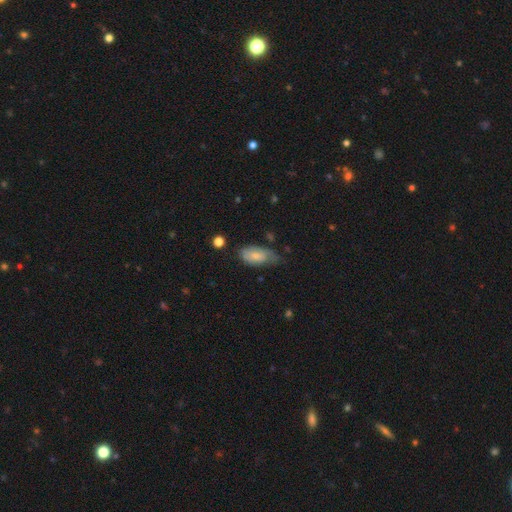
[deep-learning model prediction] smooth_or_featured: smooth (p=0.67) [alt: featured or disk p=0.26]
how_rounded: in between (p=0.91) [alt: cigar-shaped p=0.05]
merging: minor disturbance (p=0.43) [alt: none p=0.38]